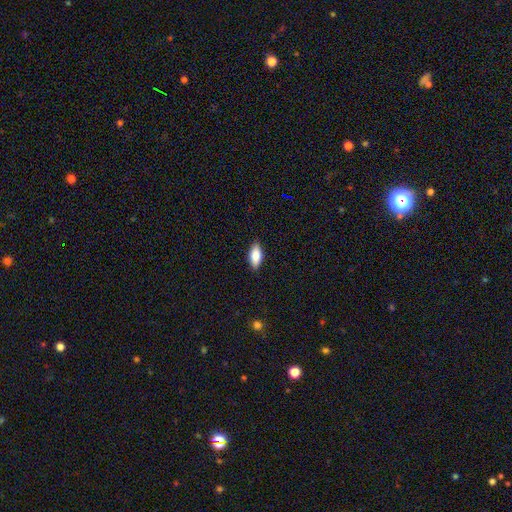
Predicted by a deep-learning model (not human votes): Q: Smooth or featured?
A: smooth (81%); runner-up: featured or disk (12%)
Q: How rounded?
A: in between (85%); runner-up: cigar-shaped (12%)
Q: Merging?
A: none (88%); runner-up: minor disturbance (9%)